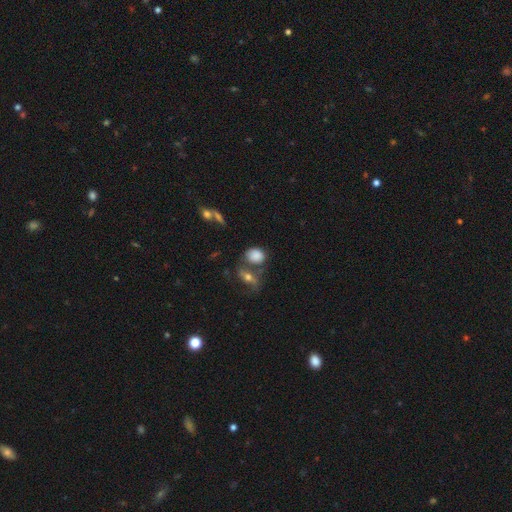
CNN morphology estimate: Smooth or featured?
  - smooth: 78% *
  - featured or disk: 11%
  - star or artifact: 10%
How rounded?
  - in between: 50% *
  - round: 48%
  - cigar-shaped: 2%
Merging?
  - none: 48% *
  - merger: 26%
  - minor disturbance: 17%
  - major disturbance: 9%